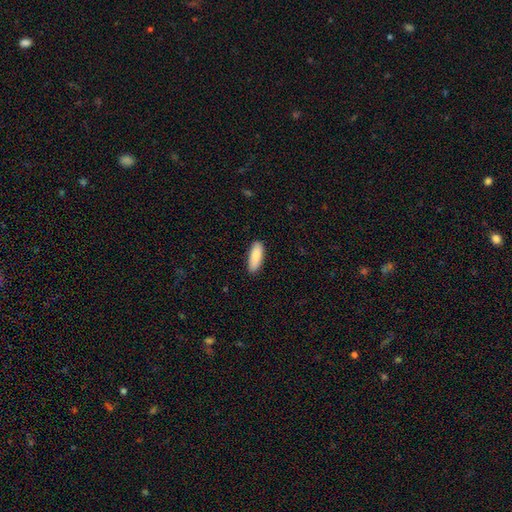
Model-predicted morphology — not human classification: This appears to be a smooth galaxy with no disk features (89%) that is in between round and cigar-shaped (69%). Merging: none (87%).